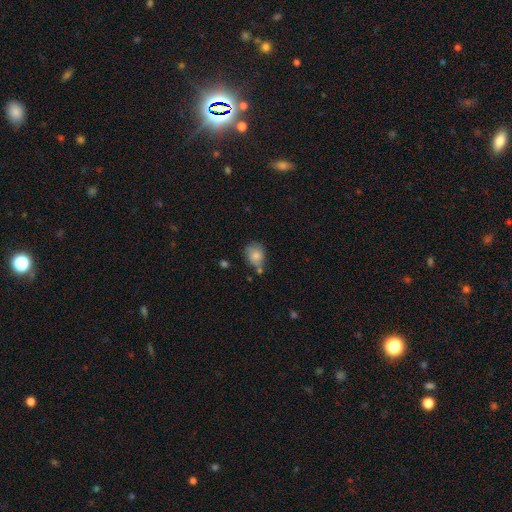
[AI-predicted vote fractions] smooth-or-featured: smooth: 77% | featured or disk: 14% | star or artifact: 8%
  how-rounded: in between: 51% | round: 47% | cigar-shaped: 1%
  merging: none: 54% | minor disturbance: 27% | merger: 12% | major disturbance: 7%